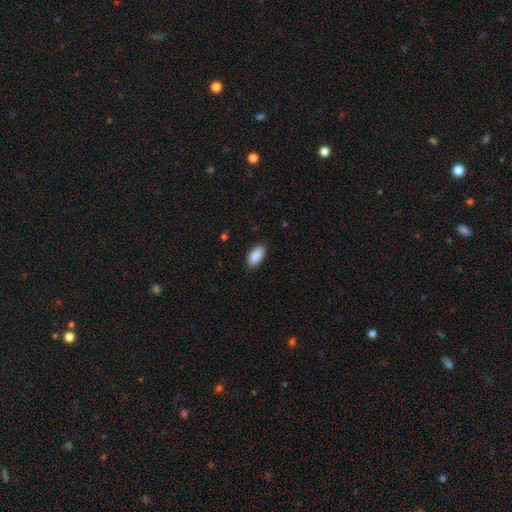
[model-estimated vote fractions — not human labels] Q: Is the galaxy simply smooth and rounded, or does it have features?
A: smooth — 90%.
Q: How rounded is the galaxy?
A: in between — 94%.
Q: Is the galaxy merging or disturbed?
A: none — 84%.